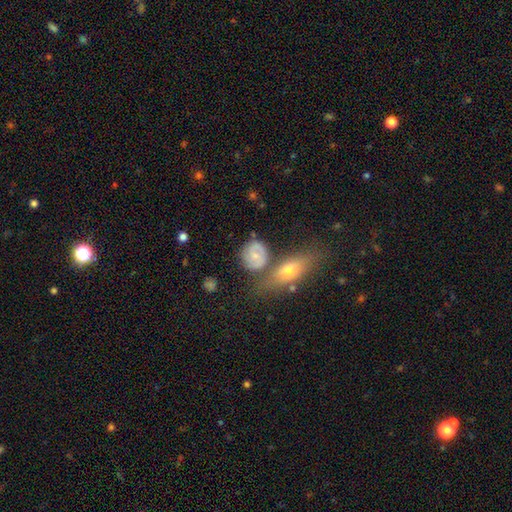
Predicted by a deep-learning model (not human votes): The model was most divided on "smooth or featured": smooth: 51%, featured or disk: 41%, star or artifact: 8%. More confident: how rounded — round (64%); merging — none (58%).